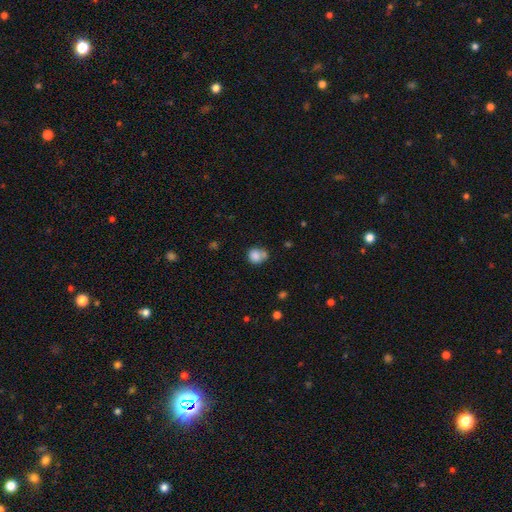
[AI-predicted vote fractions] Smooth or featured: smooth — 82% (star or artifact — 10%)
How rounded: round — 76% (in between — 23%)
Merging: none — 46% (merger — 29%)